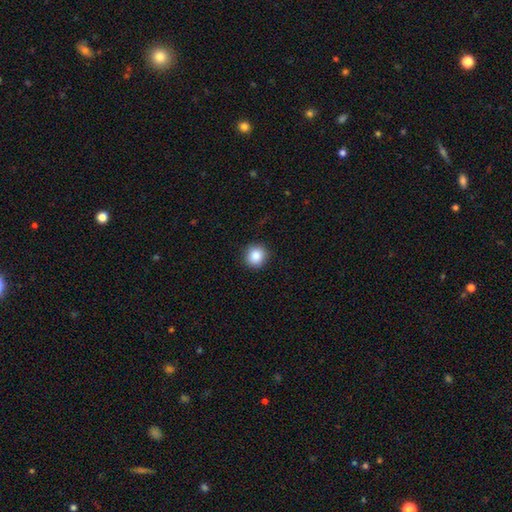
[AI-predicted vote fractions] Morphology: type=smooth (86%); roundness=round (92%); merging=none (91%).